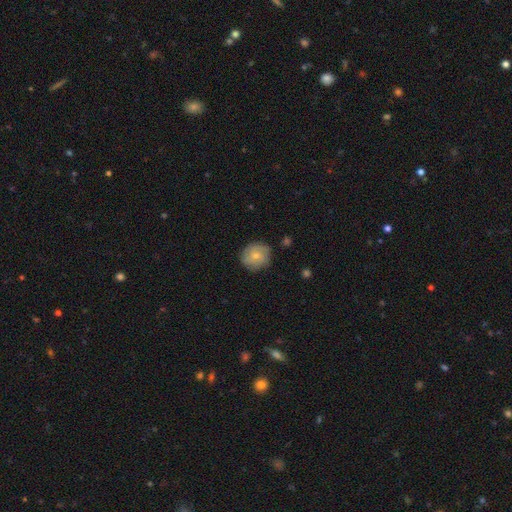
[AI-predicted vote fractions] Smooth or featured? smooth (63%)
How rounded? round (85%)
Merging? none (79%)